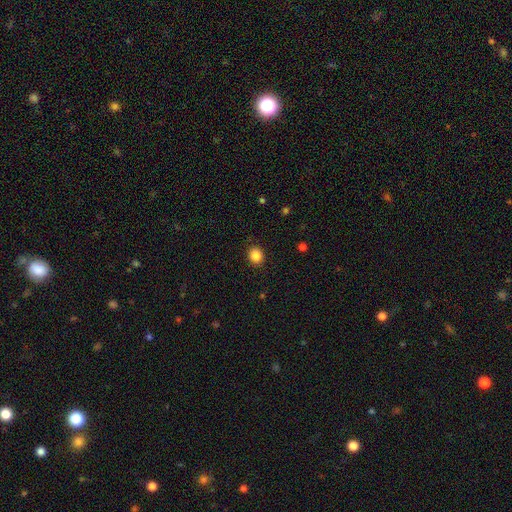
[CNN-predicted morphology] This is clearly a smooth galaxy (86%). How rounded: likely round (78%). Merging: clearly none (90%).